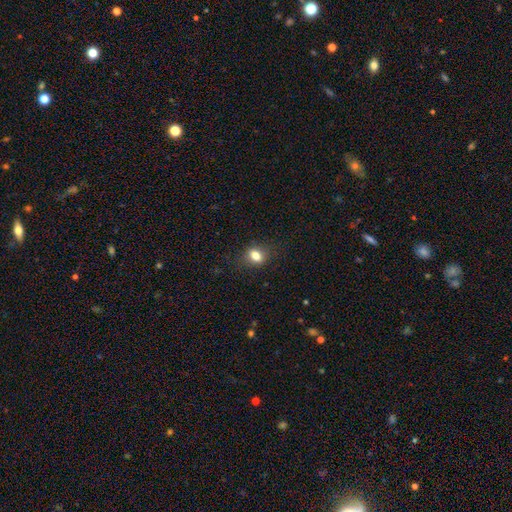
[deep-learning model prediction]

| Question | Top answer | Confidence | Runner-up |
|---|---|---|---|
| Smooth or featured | smooth | 78% | star or artifact (12%) |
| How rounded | in between | 58% | round (40%) |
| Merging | none | 81% | minor disturbance (13%) |